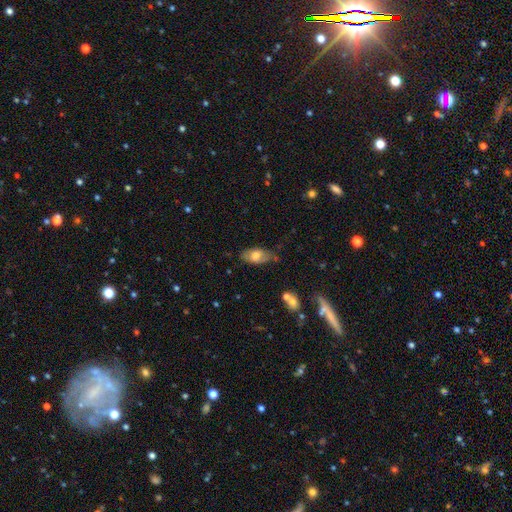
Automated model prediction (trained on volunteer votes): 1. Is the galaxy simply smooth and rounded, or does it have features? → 64% smooth, 29% featured or disk, 7% star or artifact.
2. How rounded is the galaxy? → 91% in between, 5% cigar-shaped, 4% round.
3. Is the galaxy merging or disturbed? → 68% none, 24% minor disturbance, 5% major disturbance, 3% merger.